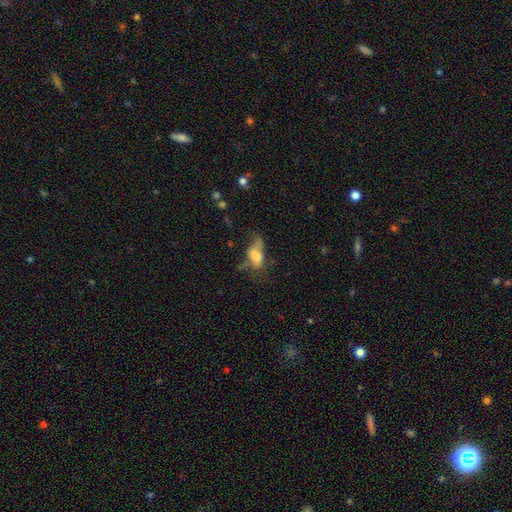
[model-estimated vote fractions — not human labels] Smooth or featured: smooth — 62% (featured or disk — 27%)
How rounded: in between — 83% (round — 9%)
Merging: major disturbance — 36% (none — 28%)